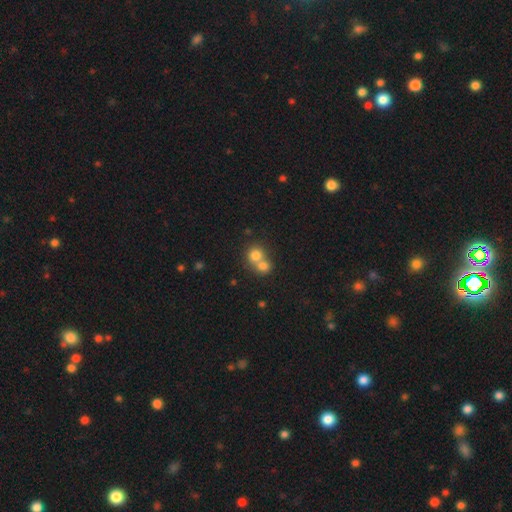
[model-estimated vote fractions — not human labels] The model was most divided on "merging": merger: 61%, none: 33%, minor disturbance: 5%, major disturbance: 2%. More confident: how rounded — round (81%); smooth or featured — smooth (76%).